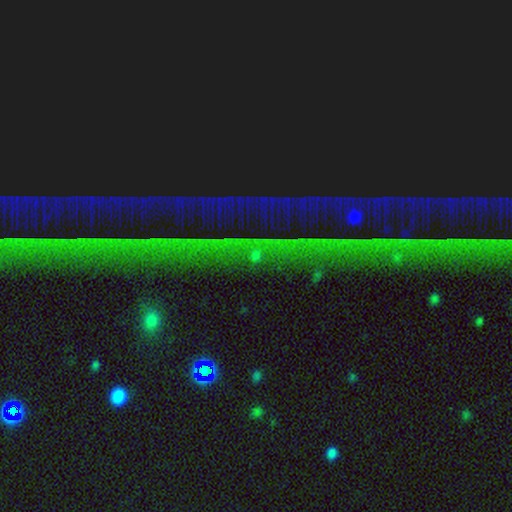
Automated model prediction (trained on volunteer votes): A star or artifact, not a galaxy (85%).

Vote fractions:
- Smooth or featured? star or artifact: 85% / featured or disk: 8% / smooth: 7%